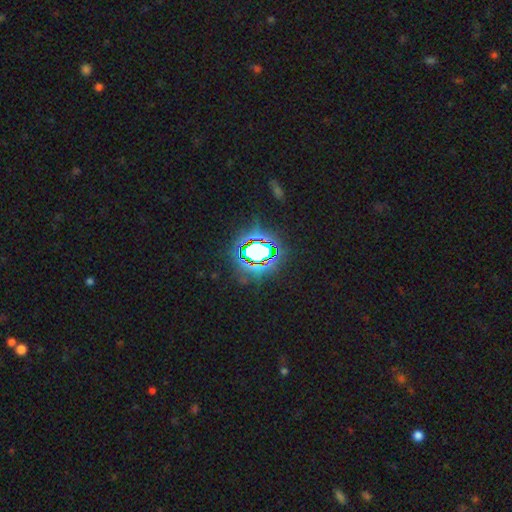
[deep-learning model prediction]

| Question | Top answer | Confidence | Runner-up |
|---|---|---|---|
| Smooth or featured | star or artifact | 75% | smooth (15%) |